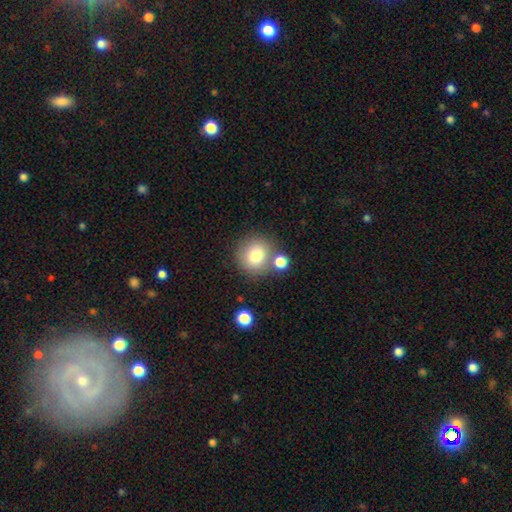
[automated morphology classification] Smooth or featured? smooth (78%)
How rounded? round (91%)
Merging? none (72%)